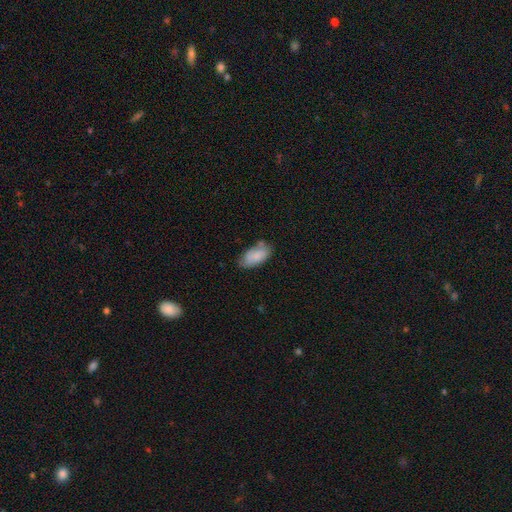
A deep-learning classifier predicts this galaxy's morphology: Smooth or featured? smooth (81%)
How rounded? in between (93%)
Merging? none (65%)